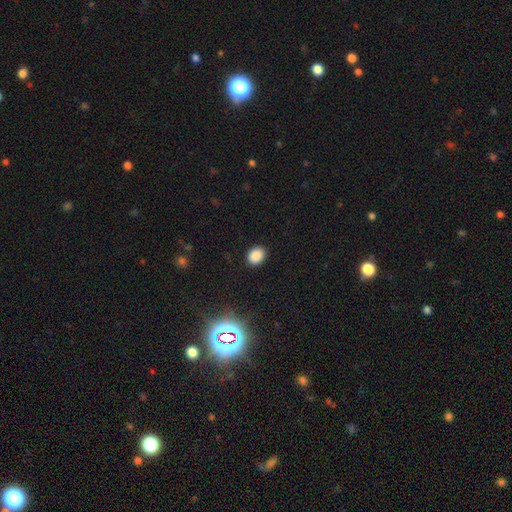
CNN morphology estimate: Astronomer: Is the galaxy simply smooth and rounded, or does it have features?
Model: smooth — 86%.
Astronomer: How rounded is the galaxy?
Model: round — 60% (runner-up: in between, 39%).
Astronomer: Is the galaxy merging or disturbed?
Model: none — 89%.